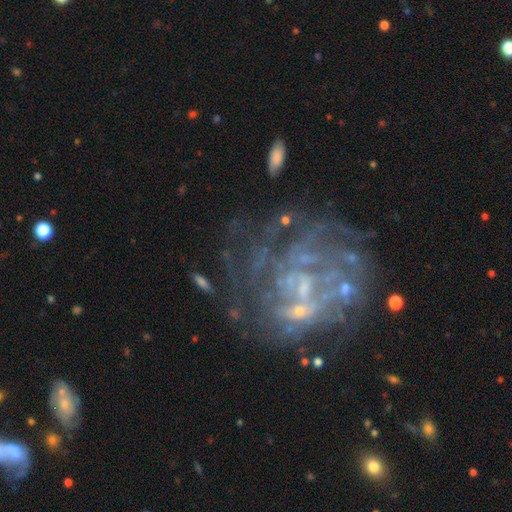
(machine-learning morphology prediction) This is likely a featured or disk galaxy (76%). It is clearly not viewed edge-on (98%). Bar: likely no (75%). Spiral arm pattern: possibly no (53%). Central bulge: possibly none (55%). Merging: possibly none (46%).